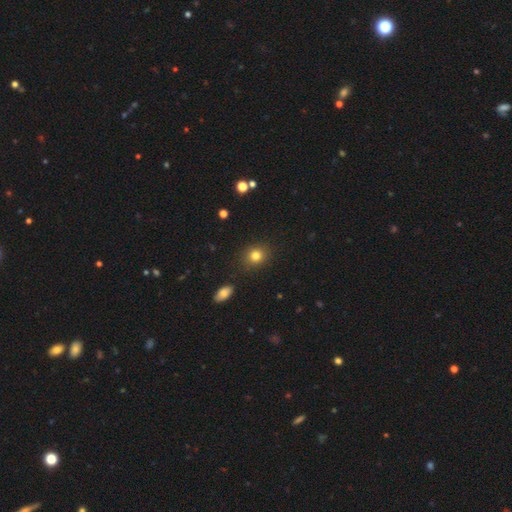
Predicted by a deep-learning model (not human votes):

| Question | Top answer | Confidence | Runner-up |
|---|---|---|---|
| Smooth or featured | smooth | 81% | star or artifact (12%) |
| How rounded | round | 70% | in between (29%) |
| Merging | none | 87% | minor disturbance (8%) |